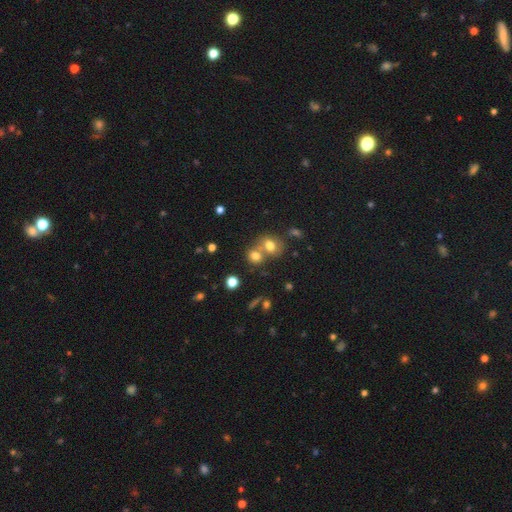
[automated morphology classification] smooth_or_featured: smooth (p=0.71) [alt: star or artifact p=0.15]
how_rounded: round (p=0.63) [alt: in between p=0.36]
merging: merger (p=0.48) [alt: none p=0.40]